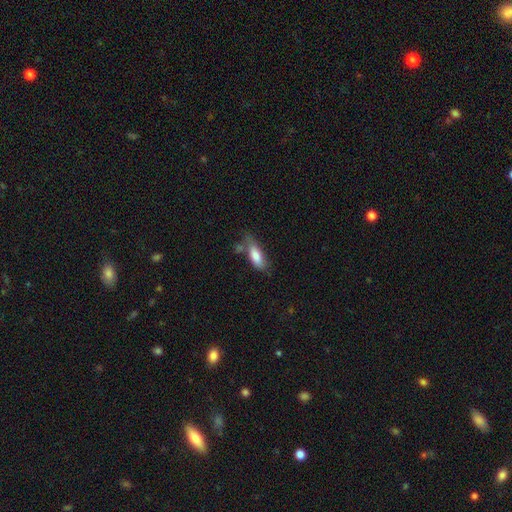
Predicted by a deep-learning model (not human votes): Q: Smooth or featured?
A: smooth (79%); runner-up: featured or disk (14%)
Q: How rounded?
A: in between (74%); runner-up: cigar-shaped (23%)
Q: Merging?
A: none (48%); runner-up: minor disturbance (28%)